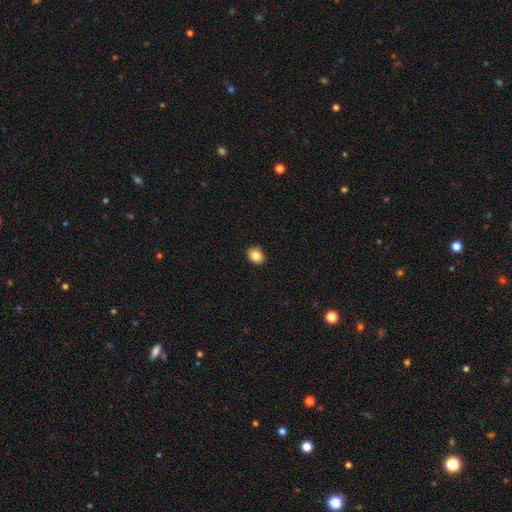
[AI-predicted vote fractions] smooth-or-featured: smooth: 85% | star or artifact: 9% | featured or disk: 7%
  how-rounded: in between: 58% | round: 41% | cigar-shaped: 1%
  merging: none: 90% | minor disturbance: 7% | major disturbance: 2% | merger: 1%